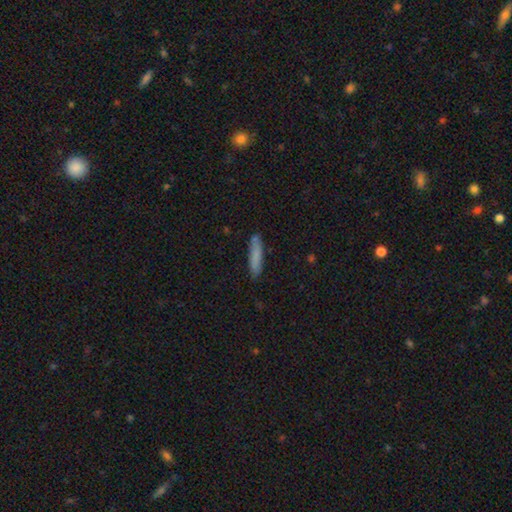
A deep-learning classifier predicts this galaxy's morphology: smooth_or_featured: smooth (p=0.82) [alt: featured or disk p=0.11]
how_rounded: cigar-shaped (p=0.86) [alt: in between p=0.12]
merging: none (p=0.85) [alt: minor disturbance p=0.11]